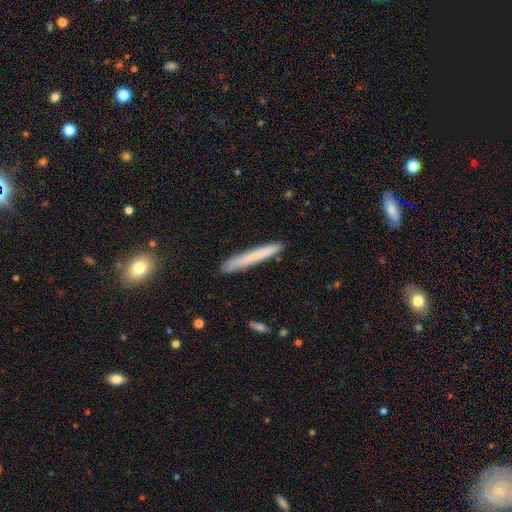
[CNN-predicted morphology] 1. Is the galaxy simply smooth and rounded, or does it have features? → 69% smooth, 24% featured or disk, 7% star or artifact.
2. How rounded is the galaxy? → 97% cigar-shaped, 2% in between, 1% round.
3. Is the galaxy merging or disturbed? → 88% none, 9% minor disturbance, 2% major disturbance, 1% merger.